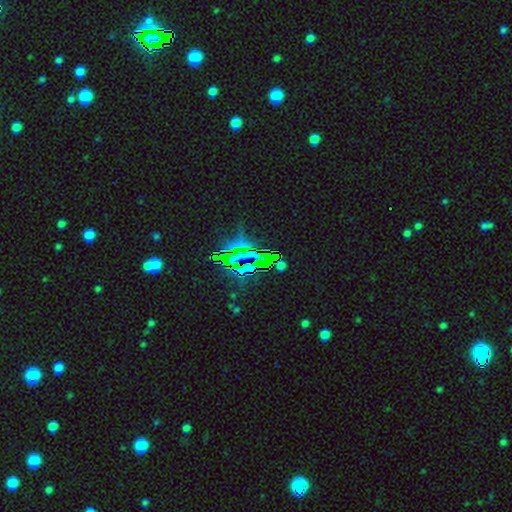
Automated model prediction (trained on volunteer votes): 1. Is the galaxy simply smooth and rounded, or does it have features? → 78% star or artifact, 11% smooth, 10% featured or disk.